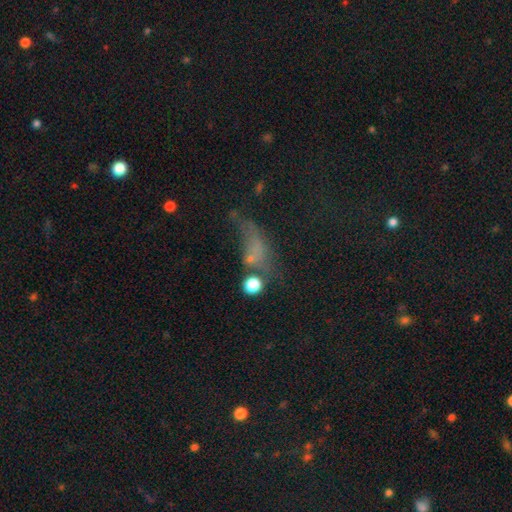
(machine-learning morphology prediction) A smooth galaxy with no disk features (47%). Merging: major disturbance (35%).